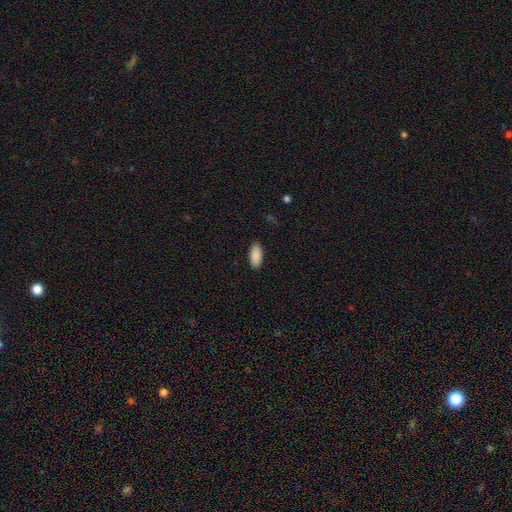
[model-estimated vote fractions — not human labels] smooth 91%, star or artifact 6%, featured or disk 3%. Down the decision tree: how rounded — in between (90%); merging — none (89%).